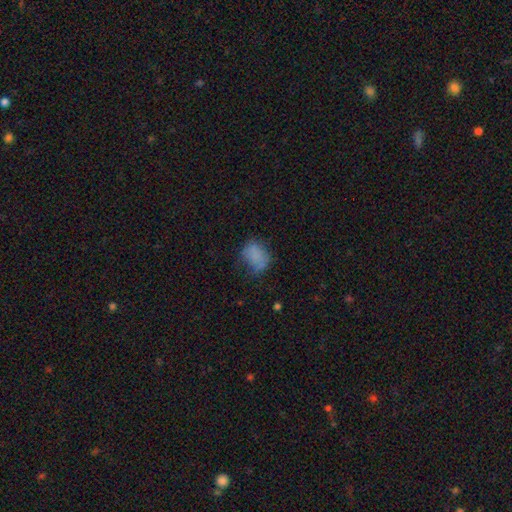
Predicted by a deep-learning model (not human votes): Smooth or featured: smooth — 74% (featured or disk — 14%)
How rounded: in between — 67% (round — 32%)
Merging: none — 48% (minor disturbance — 31%)